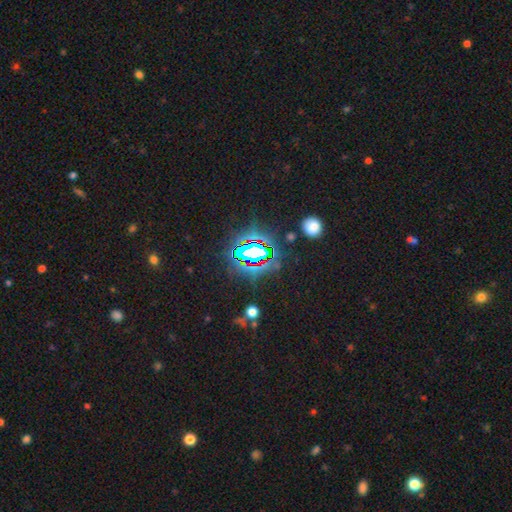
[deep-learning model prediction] The model was most divided on "smooth or featured": star or artifact: 75%, smooth: 14%, featured or disk: 10%.